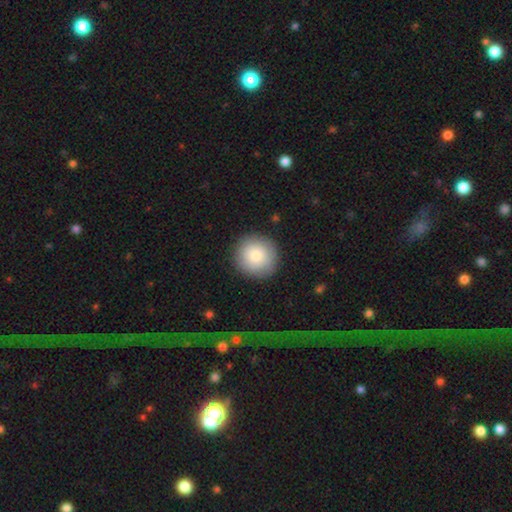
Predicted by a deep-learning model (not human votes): Smooth or featured?
  - smooth: 83% *
  - featured or disk: 10%
  - star or artifact: 7%
How rounded?
  - round: 94% *
  - in between: 5%
  - cigar-shaped: 1%
Merging?
  - none: 89% *
  - minor disturbance: 7%
  - major disturbance: 2%
  - merger: 1%